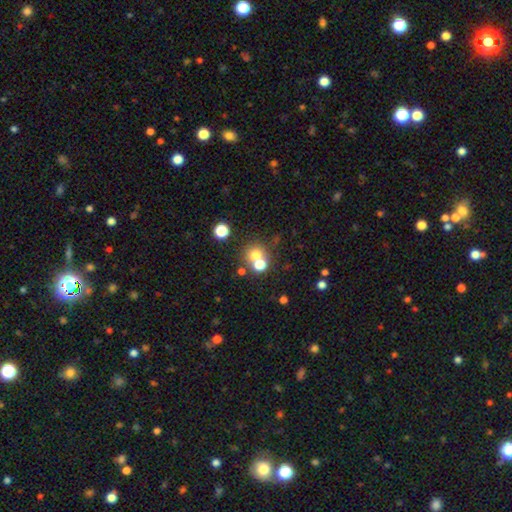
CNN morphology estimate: Smooth or featured? Predicted: smooth (p=0.69). How rounded? Predicted: round (p=0.84). Merging? Predicted: none (p=0.52).